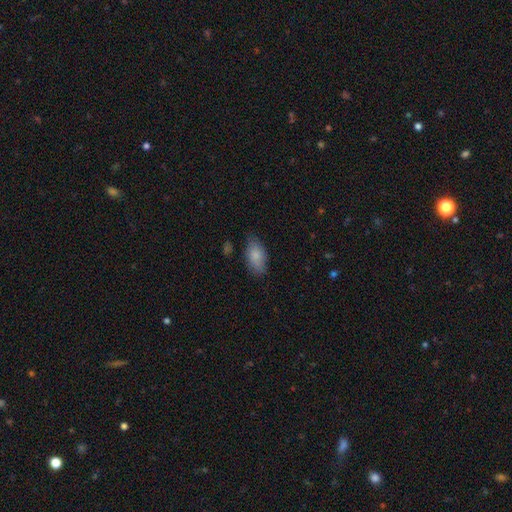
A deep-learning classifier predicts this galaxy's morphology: Smooth or featured? Predicted: smooth (p=0.83). How rounded? Predicted: in between (p=0.92). Merging? Predicted: none (p=0.74).